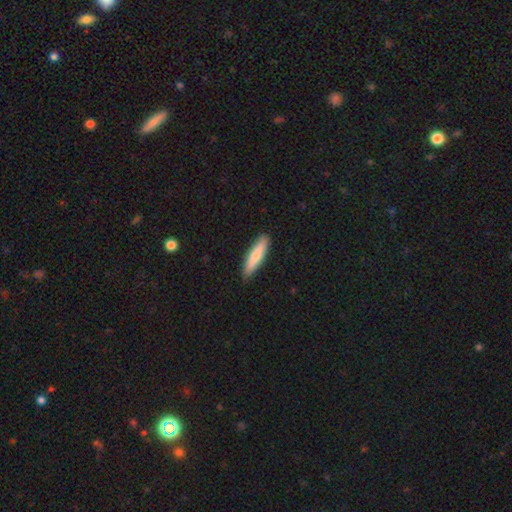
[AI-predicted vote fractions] Smooth or featured? smooth (78%)
How rounded? cigar-shaped (78%)
Merging? none (88%)